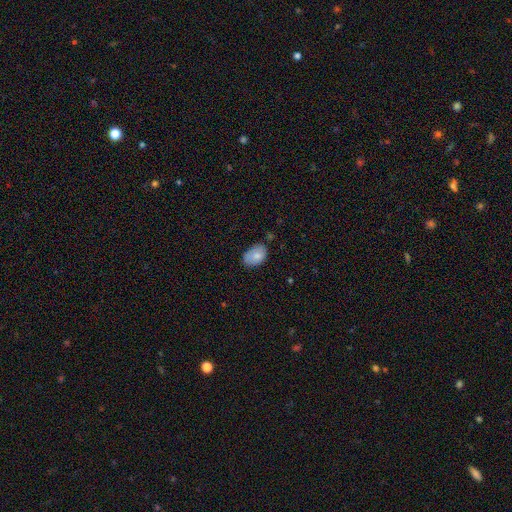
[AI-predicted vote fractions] Smooth or featured?
  - smooth: 79% *
  - featured or disk: 13%
  - star or artifact: 7%
How rounded?
  - in between: 88% *
  - round: 11%
  - cigar-shaped: 1%
Merging?
  - none: 63% *
  - minor disturbance: 29%
  - major disturbance: 5%
  - merger: 3%